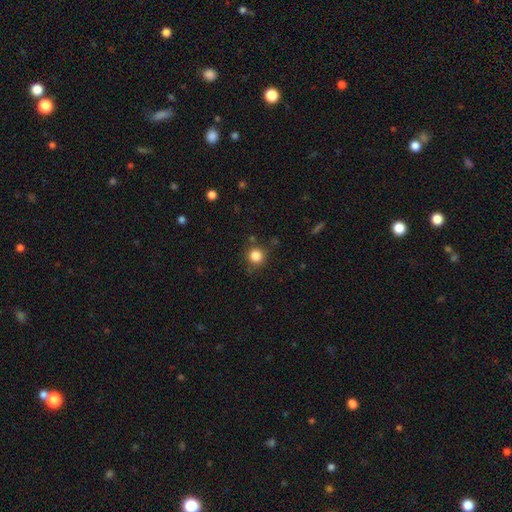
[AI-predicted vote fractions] Smooth or featured: smooth — 84% (star or artifact — 12%)
How rounded: round — 92% (in between — 7%)
Merging: none — 84% (minor disturbance — 10%)